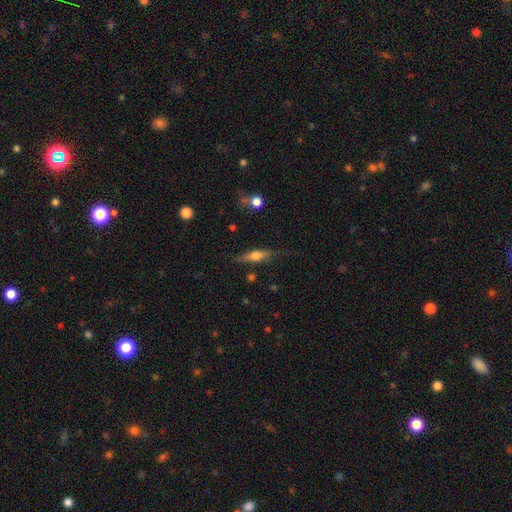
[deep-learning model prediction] smooth-or-featured: featured or disk: 49% | smooth: 44% | star or artifact: 7%
  merging: none: 74% | minor disturbance: 18% | major disturbance: 6% | merger: 2%